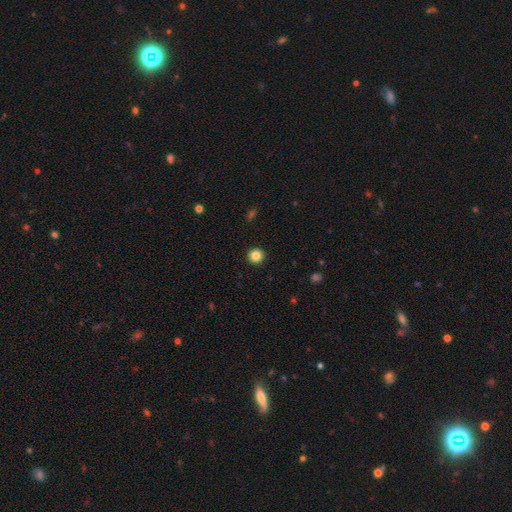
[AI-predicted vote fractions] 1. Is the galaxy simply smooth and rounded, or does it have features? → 85% smooth, 11% star or artifact, 4% featured or disk.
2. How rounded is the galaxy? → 94% round, 5% in between, 1% cigar-shaped.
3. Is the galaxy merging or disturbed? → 93% none, 5% minor disturbance, 2% major disturbance, 1% merger.